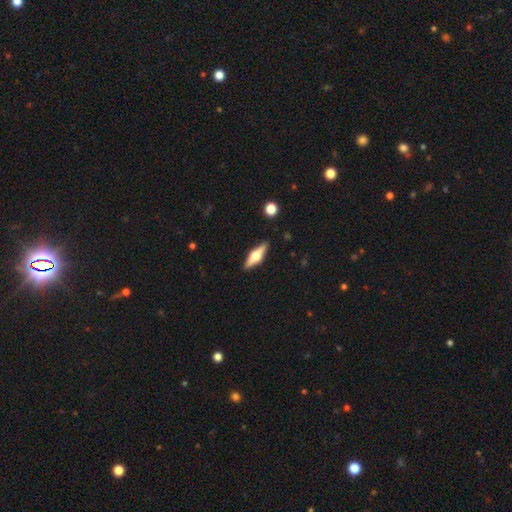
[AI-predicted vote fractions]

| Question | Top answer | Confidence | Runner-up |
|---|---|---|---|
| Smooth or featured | featured or disk | 64% | smooth (31%) |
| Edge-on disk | yes | 96% | no (4%) |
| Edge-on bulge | rounded | 94% | boxy (5%) |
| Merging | none | 89% | minor disturbance (8%) |